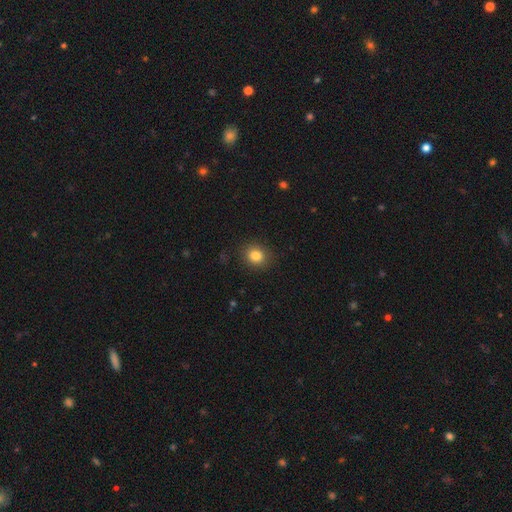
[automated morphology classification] This is clearly a smooth galaxy (83%). How rounded: likely round (76%). Merging: clearly none (89%).